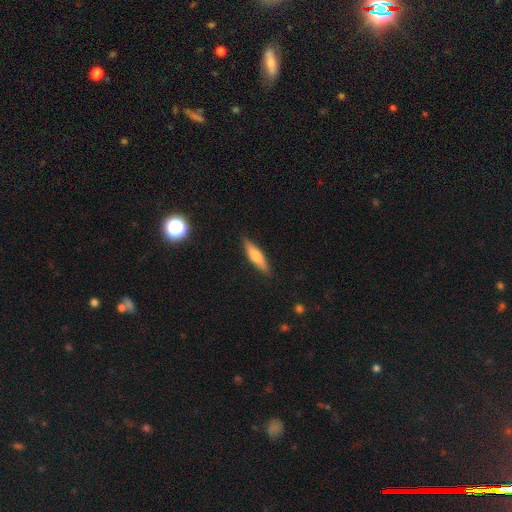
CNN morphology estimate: This is likely a smooth galaxy (61%). How rounded: likely cigar-shaped (67%). Merging: clearly none (87%).